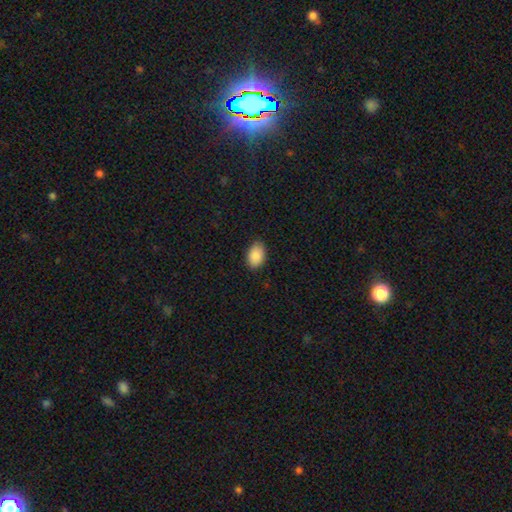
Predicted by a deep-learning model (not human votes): A smooth galaxy with no disk features (88%) that is in between round and cigar-shaped (88%). Merging: none (84%).